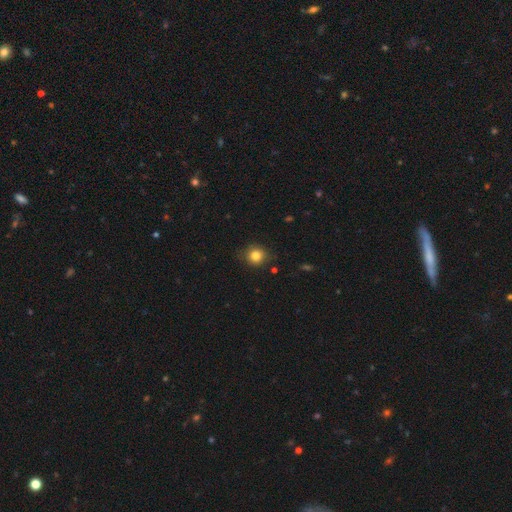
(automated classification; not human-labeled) This appears to be a smooth galaxy with no disk features (83%) that is round (84%). Merging: none (82%).